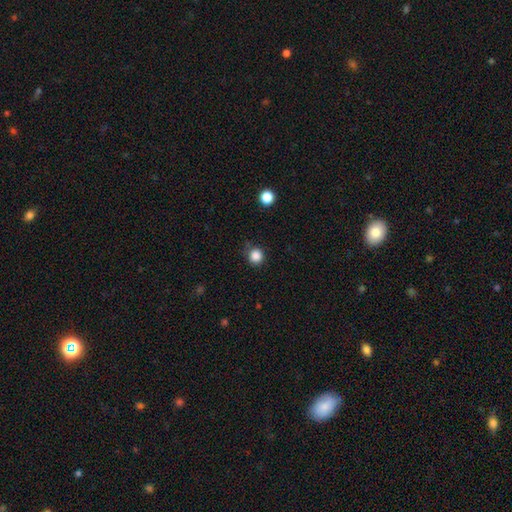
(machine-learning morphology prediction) The model was most divided on "merging": none: 82%, minor disturbance: 12%, major disturbance: 3%, merger: 2%. More confident: how rounded — round (91%); smooth or featured — smooth (85%).